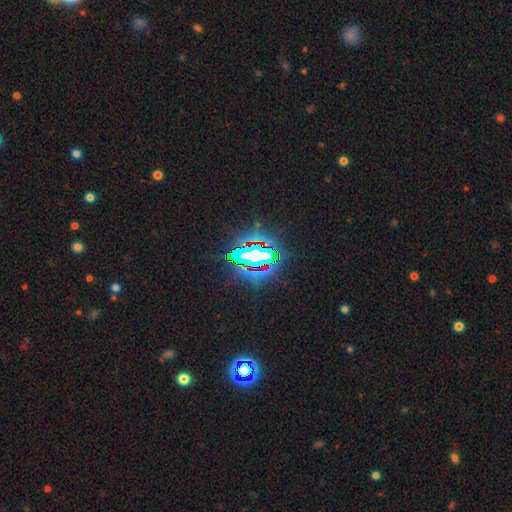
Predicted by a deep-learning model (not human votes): This appears to be a star or artifact, not a galaxy (73%).